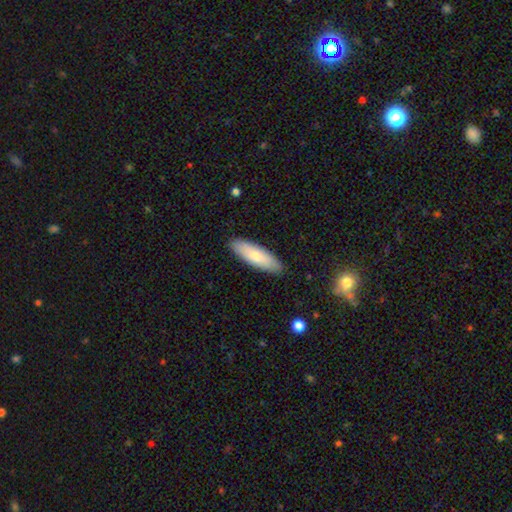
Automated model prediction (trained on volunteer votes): Morphology: type=smooth (76%); roundness=in between (51%); merging=none (89%).